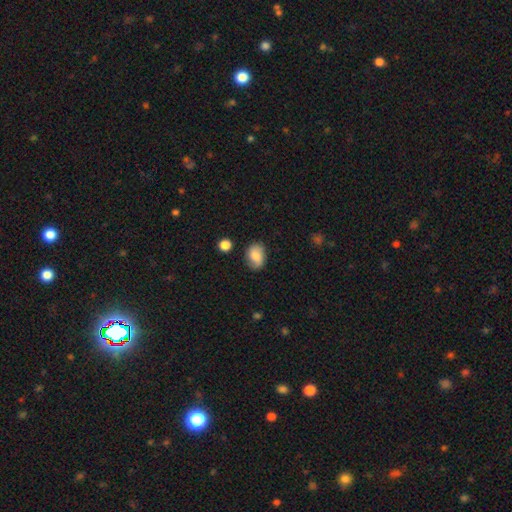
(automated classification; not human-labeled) Smooth or featured? Predicted: smooth (p=0.73). How rounded? Predicted: in between (p=0.68). Merging? Predicted: none (p=0.73).